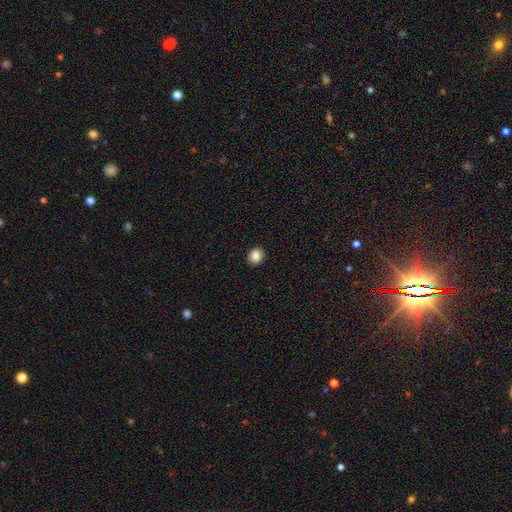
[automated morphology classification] A smooth galaxy with no disk features (87%) that is round (67%). Merging: none (91%).